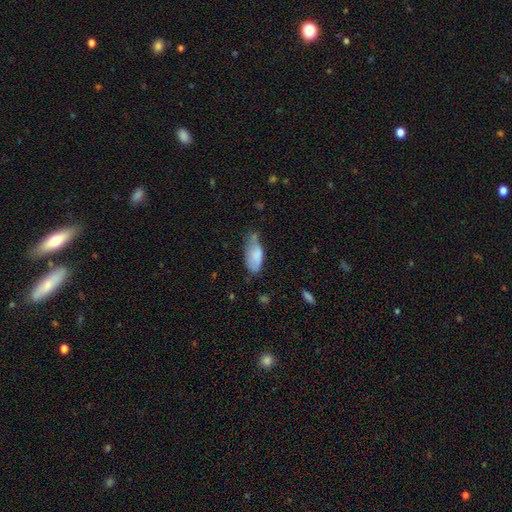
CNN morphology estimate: This is likely a smooth galaxy (79%). How rounded: clearly in between (86%). Merging: marginally minor disturbance (43%).